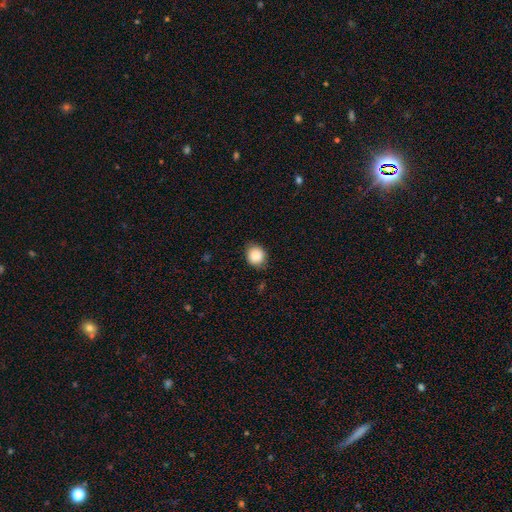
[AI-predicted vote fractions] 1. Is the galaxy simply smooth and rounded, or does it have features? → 86% smooth, 9% star or artifact, 5% featured or disk.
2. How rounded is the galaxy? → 80% round, 19% in between, 1% cigar-shaped.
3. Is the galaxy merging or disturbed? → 82% none, 15% minor disturbance, 3% major disturbance, 1% merger.